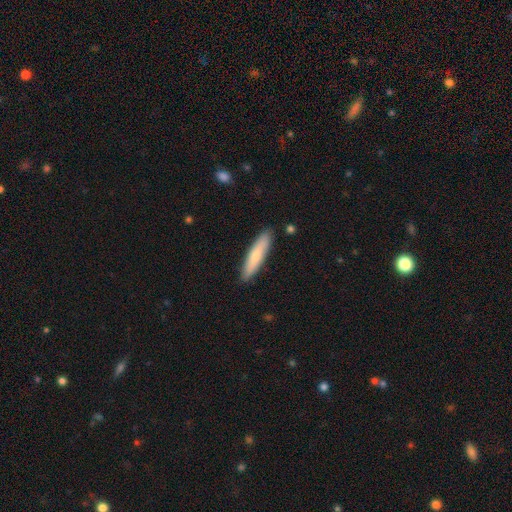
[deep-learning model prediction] Smooth or featured?
  - smooth: 76% *
  - featured or disk: 19%
  - star or artifact: 5%
How rounded?
  - cigar-shaped: 82% *
  - in between: 17%
  - round: 1%
Merging?
  - none: 89% *
  - minor disturbance: 8%
  - major disturbance: 2%
  - merger: 1%